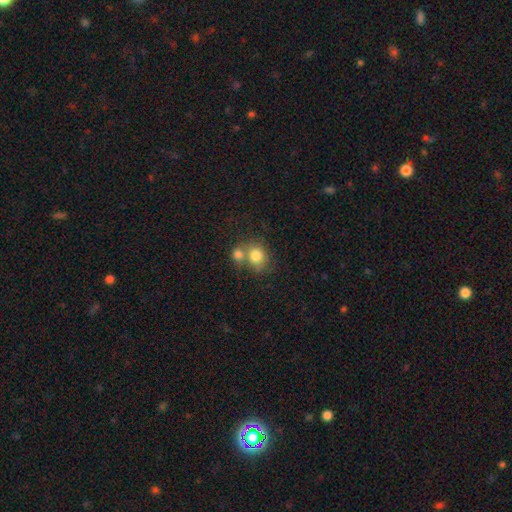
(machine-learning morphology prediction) Smooth or featured: smooth — 79% (featured or disk — 12%)
How rounded: round — 71% (in between — 28%)
Merging: merger — 49% (none — 36%)